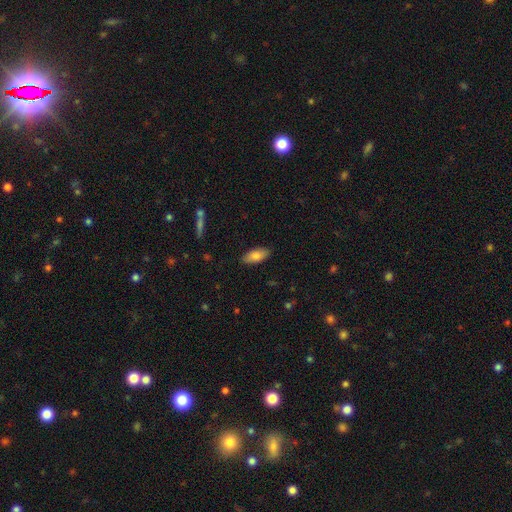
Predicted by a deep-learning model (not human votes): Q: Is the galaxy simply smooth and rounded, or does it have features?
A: smooth — 81%.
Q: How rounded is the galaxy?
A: in between — 87%.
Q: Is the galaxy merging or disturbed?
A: none — 87%.